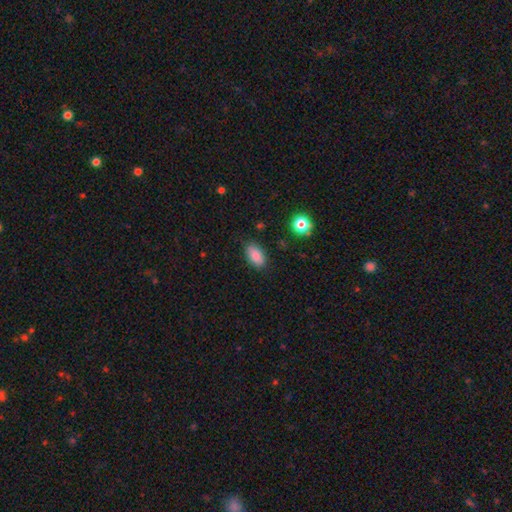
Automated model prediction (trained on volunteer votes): A smooth galaxy with no disk features (87%) that is in between round and cigar-shaped (92%).

Vote fractions:
- Smooth or featured? smooth: 87% / star or artifact: 8% / featured or disk: 5%
- How rounded? in between: 92% / round: 5% / cigar-shaped: 3%
- Merging? none: 83% / minor disturbance: 12% / major disturbance: 3% / merger: 1%